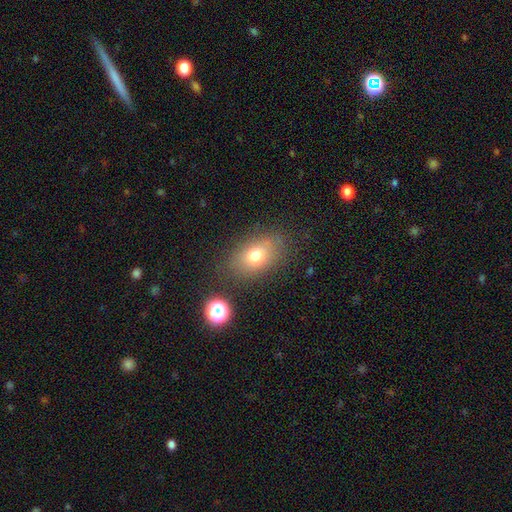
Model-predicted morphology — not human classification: smooth 73%, featured or disk 14%, star or artifact 13%. Down the decision tree: how rounded — in between (77%); merging — none (78%).